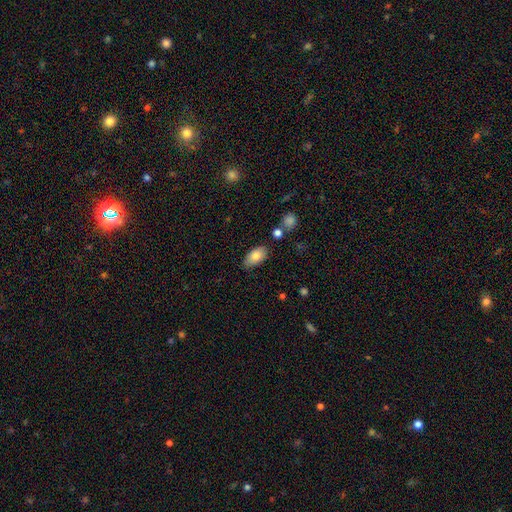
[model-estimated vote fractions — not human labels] Smooth or featured: smooth — 81% (featured or disk — 12%)
How rounded: in between — 93% (round — 5%)
Merging: none — 79% (minor disturbance — 15%)